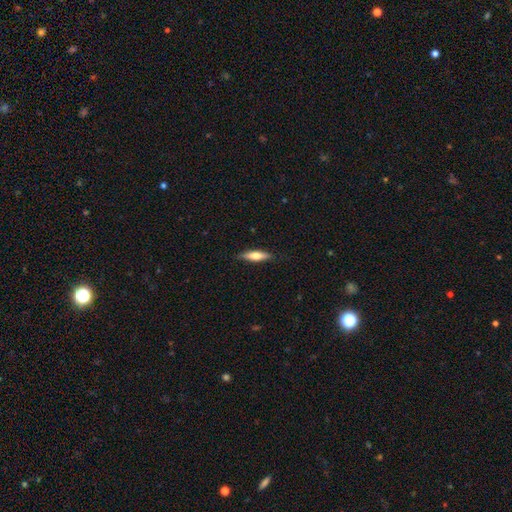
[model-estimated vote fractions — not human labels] smooth_or_featured: smooth (p=0.62) [alt: featured or disk p=0.32]
how_rounded: cigar-shaped (p=0.66) [alt: in between p=0.32]
merging: none (p=0.85) [alt: minor disturbance p=0.12]